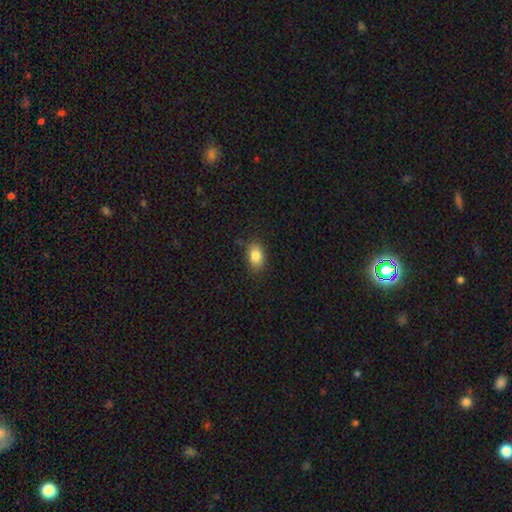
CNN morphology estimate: smooth_or_featured: smooth (p=0.85) [alt: star or artifact p=0.08]
how_rounded: in between (p=0.86) [alt: round p=0.13]
merging: none (p=0.83) [alt: minor disturbance p=0.13]